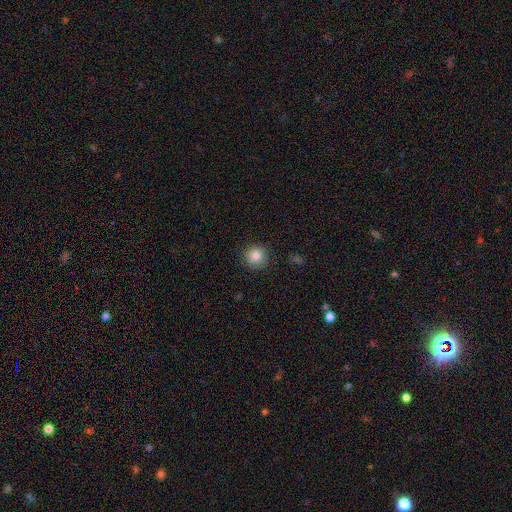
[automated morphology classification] A smooth galaxy with no disk features (84%) that is round (93%).

Vote fractions:
- Smooth or featured? smooth: 84% / star or artifact: 10% / featured or disk: 6%
- How rounded? round: 93% / in between: 6% / cigar-shaped: 1%
- Merging? none: 89% / minor disturbance: 8% / major disturbance: 2% / merger: 1%